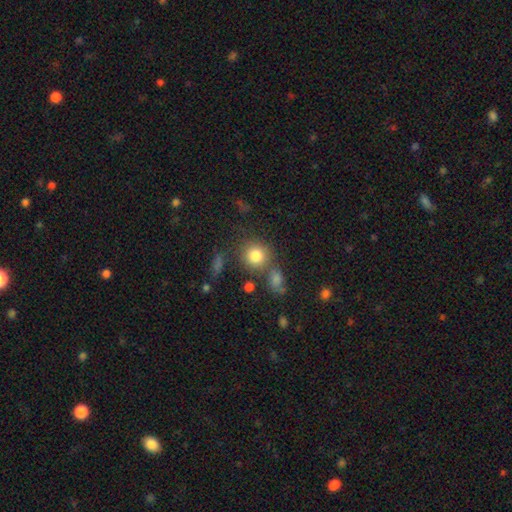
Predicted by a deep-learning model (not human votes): This is clearly a smooth galaxy (81%). How rounded: clearly round (87%). Merging: likely none (67%).